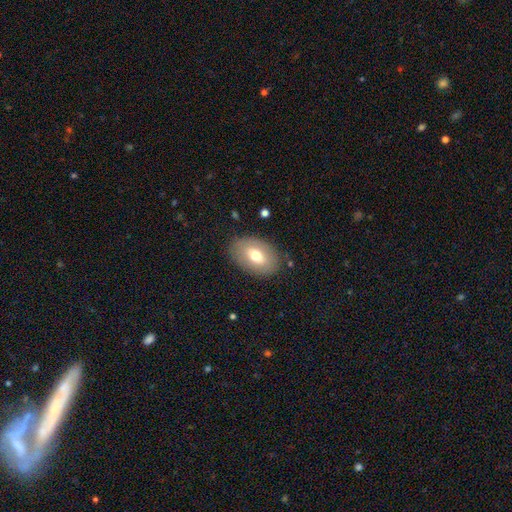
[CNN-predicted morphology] Q: Smooth or featured?
A: smooth (67%); runner-up: featured or disk (26%)
Q: How rounded?
A: in between (88%); runner-up: round (10%)
Q: Merging?
A: none (84%); runner-up: minor disturbance (11%)